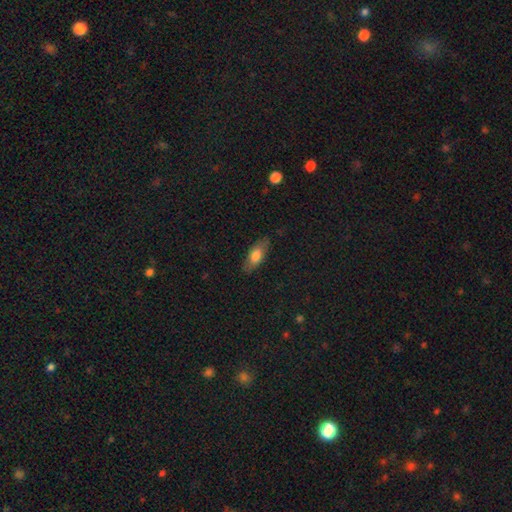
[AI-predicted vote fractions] Smooth or featured: smooth — 72% (featured or disk — 21%)
How rounded: in between — 78% (cigar-shaped — 20%)
Merging: none — 81% (minor disturbance — 14%)